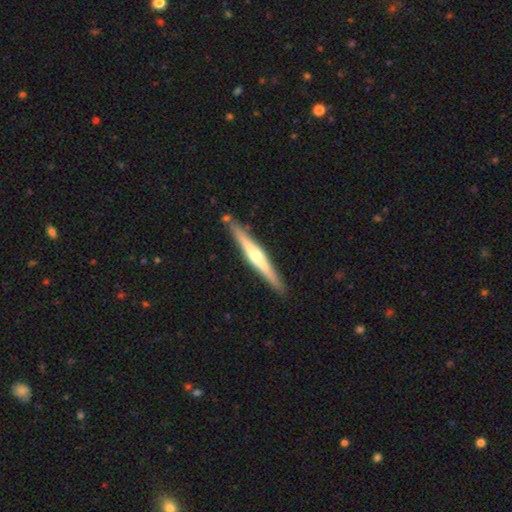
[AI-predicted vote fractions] Smooth or featured?
  - featured or disk: 72% *
  - smooth: 23%
  - star or artifact: 5%
Edge-on disk?
  - yes: 98% *
  - no: 2%
Edge-on bulge?
  - rounded: 84% *
  - none: 10%
  - boxy: 6%
Merging?
  - none: 89% *
  - minor disturbance: 8%
  - merger: 2%
  - major disturbance: 1%